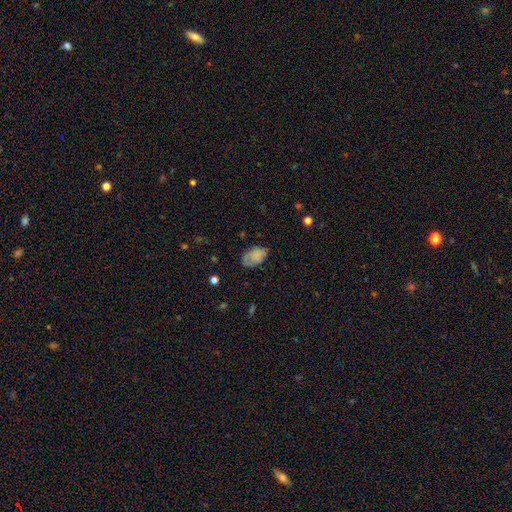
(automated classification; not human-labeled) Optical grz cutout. It shows a smooth galaxy with no disk features (76%) that is in between round and cigar-shaped (89%). Merging: none (61%).